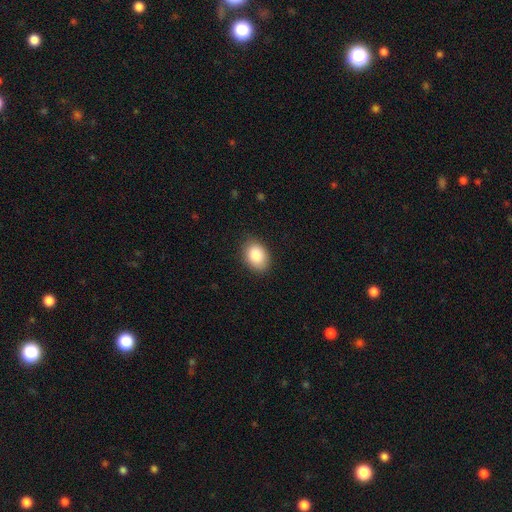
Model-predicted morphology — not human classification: smooth-or-featured: smooth: 88% | star or artifact: 7% | featured or disk: 5%
  how-rounded: in between: 76% | round: 23% | cigar-shaped: 1%
  merging: none: 85% | minor disturbance: 12% | major disturbance: 3% | merger: 1%